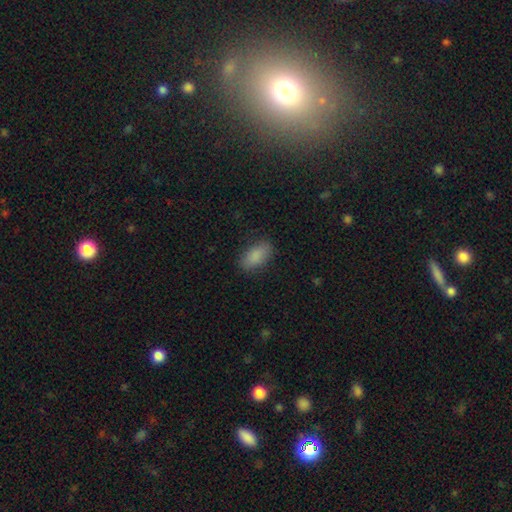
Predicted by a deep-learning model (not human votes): A smooth galaxy with no disk features (88%) that is in between round and cigar-shaped (91%). Merging: none (84%).